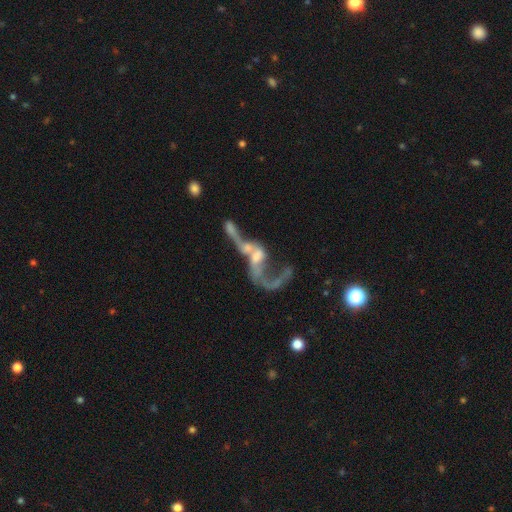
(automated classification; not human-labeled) This is likely a featured or disk galaxy (71%). It is clearly not viewed edge-on (92%). Bar: likely no (68%). Spiral arm pattern: possibly no (50%, tied with yes). Central bulge: marginally none (32%). Merging: possibly merger (59%).